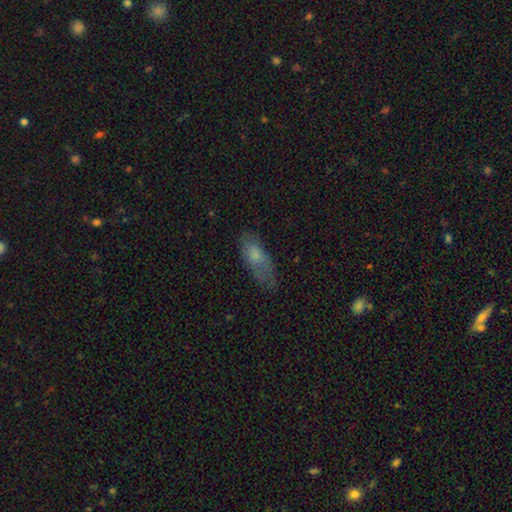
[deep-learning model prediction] A smooth galaxy with no disk features (71%) that is in between round and cigar-shaped (73%). Merging: none (56%).